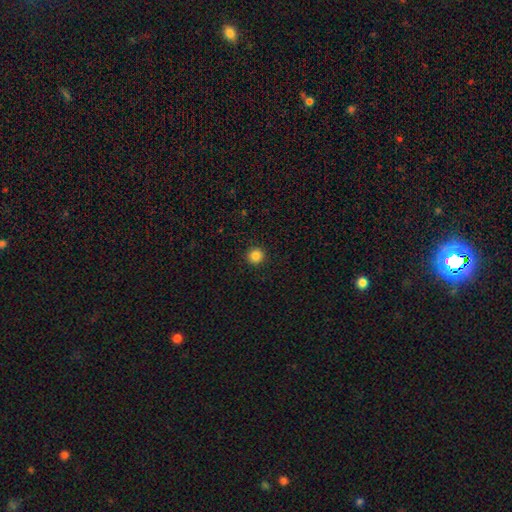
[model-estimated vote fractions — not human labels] Overall: smooth (86%). How rounded: round (94%). Merging: none (93%).